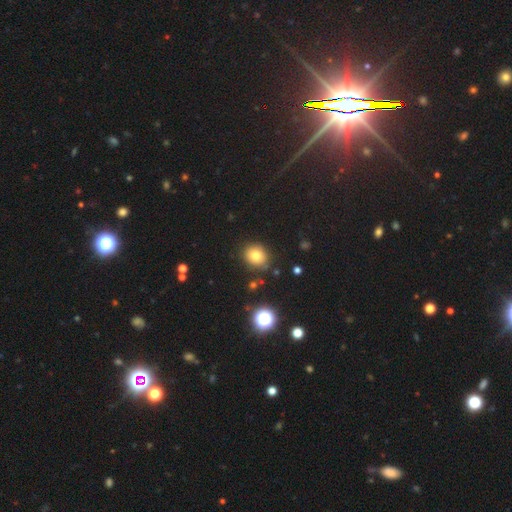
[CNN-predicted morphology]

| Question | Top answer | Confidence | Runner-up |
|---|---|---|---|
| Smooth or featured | smooth | 78% | star or artifact (14%) |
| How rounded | round | 69% | in between (31%) |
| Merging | none | 84% | minor disturbance (11%) |